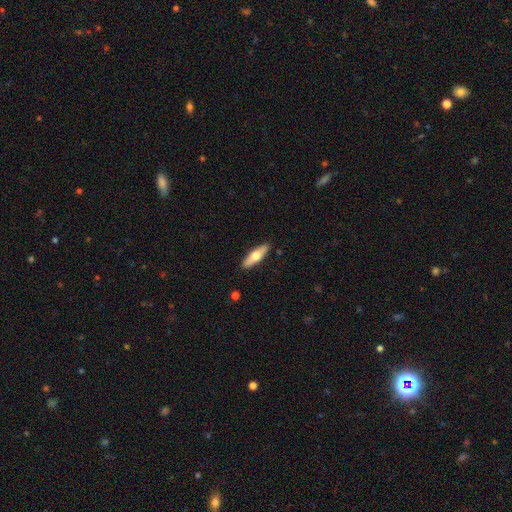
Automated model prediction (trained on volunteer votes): smooth_or_featured: smooth (p=0.55) [alt: featured or disk p=0.39]
how_rounded: cigar-shaped (p=0.55) [alt: in between p=0.43]
merging: none (p=0.89) [alt: minor disturbance p=0.08]